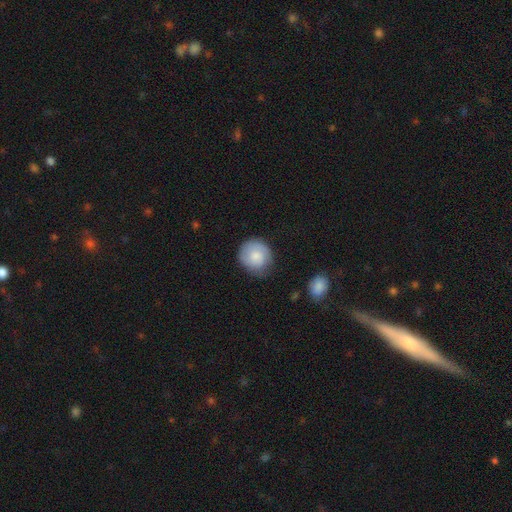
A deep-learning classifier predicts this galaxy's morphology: Q: Smooth or featured?
A: smooth (69%); runner-up: featured or disk (24%)
Q: How rounded?
A: round (83%); runner-up: in between (16%)
Q: Merging?
A: none (70%); runner-up: minor disturbance (23%)